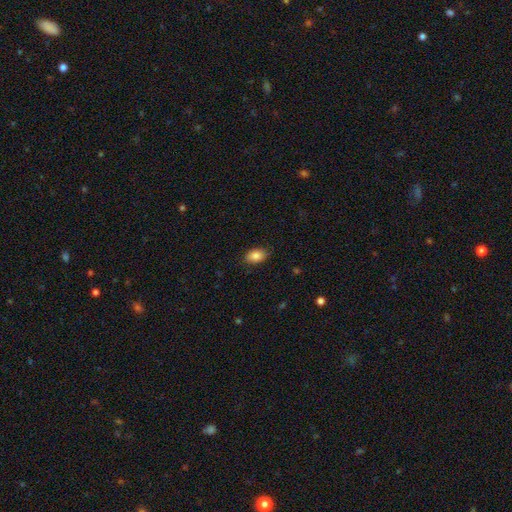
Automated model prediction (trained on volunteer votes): Smooth or featured: smooth — 86% (star or artifact — 8%)
How rounded: in between — 89% (round — 10%)
Merging: none — 85% (minor disturbance — 12%)